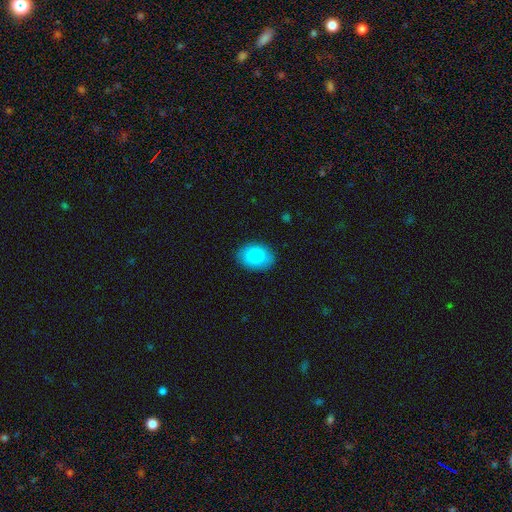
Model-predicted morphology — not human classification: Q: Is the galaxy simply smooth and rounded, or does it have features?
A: smooth — 85%.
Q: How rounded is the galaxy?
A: in between — 77%.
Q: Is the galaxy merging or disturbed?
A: none — 85%.